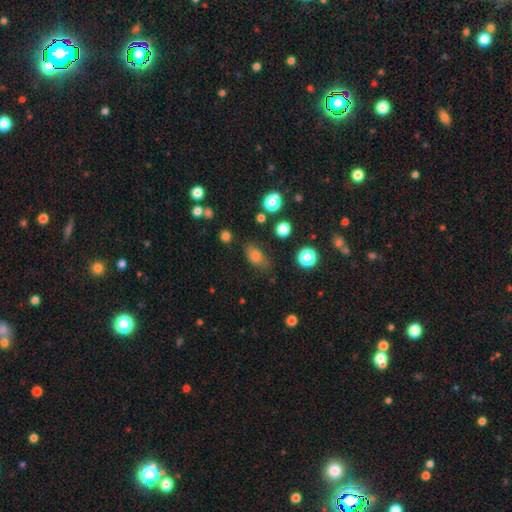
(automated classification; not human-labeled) smooth-or-featured: smooth: 78% | star or artifact: 14% | featured or disk: 8%
  how-rounded: in between: 82% | round: 13% | cigar-shaped: 5%
  merging: none: 67% | minor disturbance: 22% | major disturbance: 8% | merger: 3%